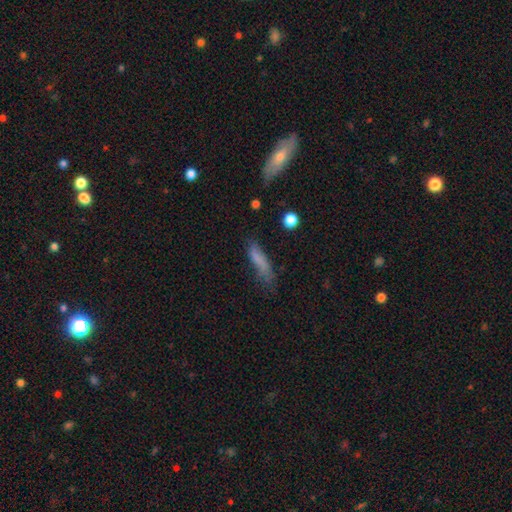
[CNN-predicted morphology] smooth-or-featured: smooth: 71% | featured or disk: 19% | star or artifact: 10%
  how-rounded: cigar-shaped: 72% | in between: 25% | round: 2%
  merging: none: 51% | minor disturbance: 31% | major disturbance: 14% | merger: 4%